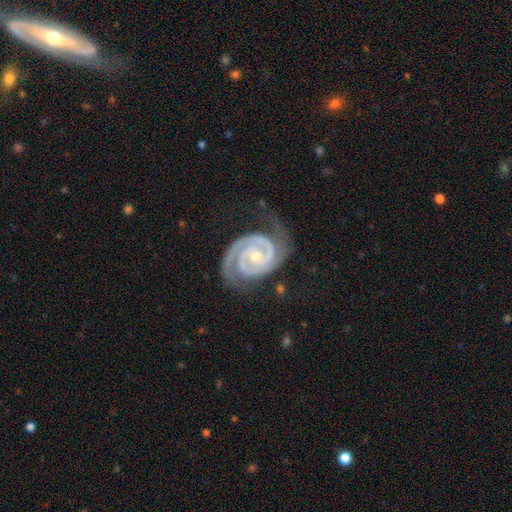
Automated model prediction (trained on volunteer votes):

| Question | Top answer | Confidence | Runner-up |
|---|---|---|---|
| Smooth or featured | featured or disk | 93% | star or artifact (4%) |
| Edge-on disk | no | 98% | yes (2%) |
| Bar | no | 66% | weak (23%) |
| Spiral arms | yes | 99% | no (1%) |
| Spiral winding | tight | 74% | medium (23%) |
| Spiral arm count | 2 | 85% | 3 (6%) |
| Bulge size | small | 55% | moderate (42%) |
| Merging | none | 68% | minor disturbance (20%) |